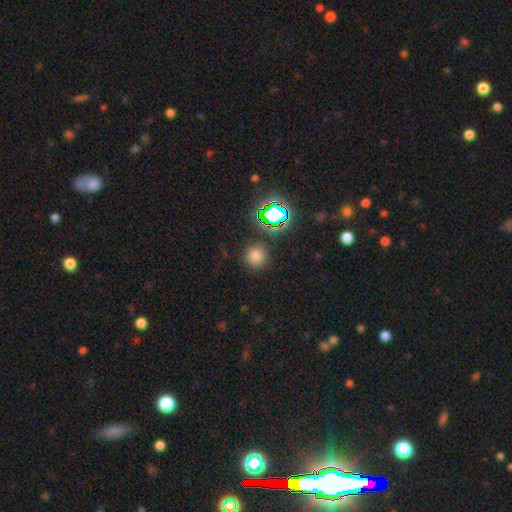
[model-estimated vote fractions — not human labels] smooth-or-featured: smooth: 73% | star or artifact: 21% | featured or disk: 6%
  how-rounded: round: 92% | in between: 7% | cigar-shaped: 1%
  merging: none: 85% | minor disturbance: 8% | major disturbance: 3% | merger: 3%